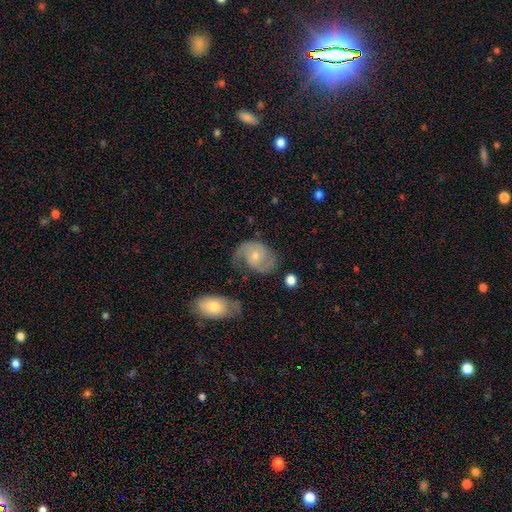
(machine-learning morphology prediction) Smooth or featured?
  - featured or disk: 73% *
  - smooth: 21%
  - star or artifact: 6%
Edge-on disk?
  - no: 97% *
  - yes: 3%
Bar?
  - no: 66% *
  - weak: 30%
  - strong: 5%
Spiral arms?
  - yes: 92% *
  - no: 8%
Spiral winding?
  - medium: 48% *
  - tight: 29%
  - loose: 23%
Spiral arm count?
  - 2: 78% *
  - can't tell: 9%
  - 1: 8%
  - 3: 3%
  - 4: 1%
  - more than 4: 1%
Bulge size?
  - small: 55% *
  - moderate: 39%
  - none: 3%
  - large: 2%
  - dominant: 1%
Merging?
  - none: 54% *
  - minor disturbance: 24%
  - major disturbance: 16%
  - merger: 6%